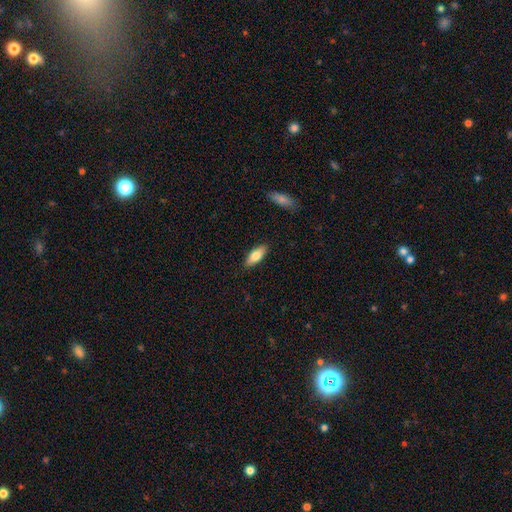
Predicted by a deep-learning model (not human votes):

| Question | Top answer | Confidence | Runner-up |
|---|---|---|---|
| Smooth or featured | smooth | 76% | featured or disk (18%) |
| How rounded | in between | 76% | cigar-shaped (22%) |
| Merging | none | 88% | minor disturbance (9%) |